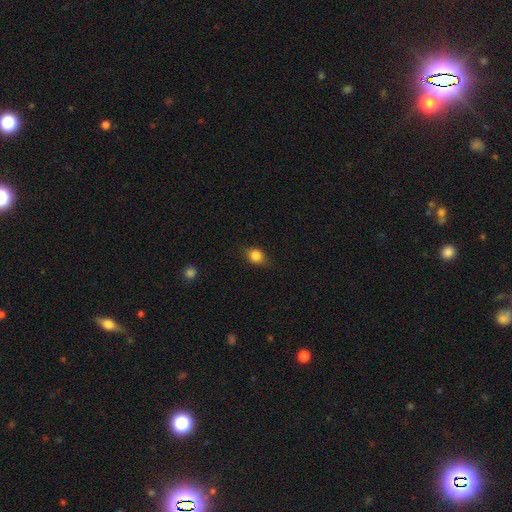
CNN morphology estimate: Overall: smooth (82%). How rounded: round (50%; in between 48%). Merging: none (76%).